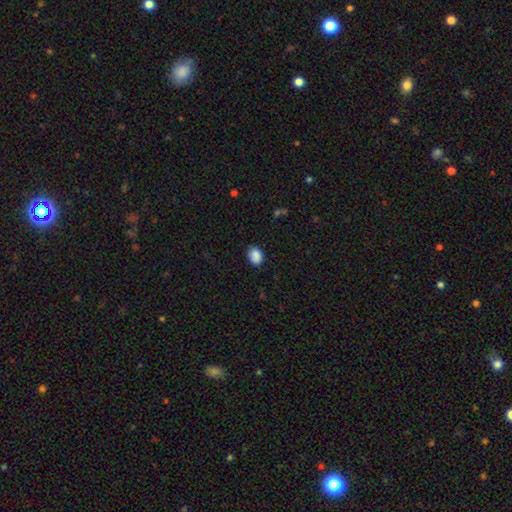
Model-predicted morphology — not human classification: The model was most divided on "how rounded": in between: 74%, round: 25%, cigar-shaped: 1%. More confident: smooth or featured — smooth (87%); merging — none (80%).